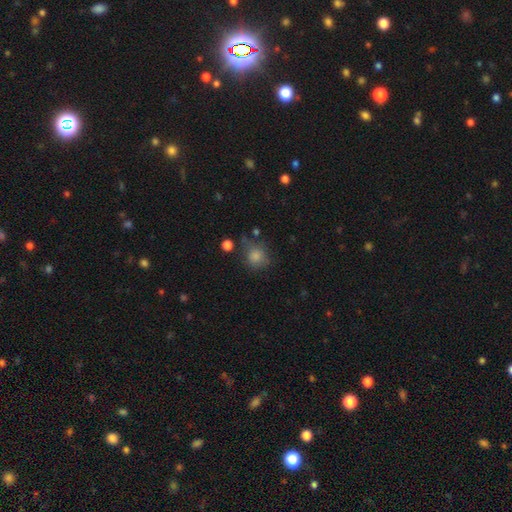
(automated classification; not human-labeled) Smooth or featured: smooth — 82% (star or artifact — 11%)
How rounded: round — 84% (in between — 15%)
Merging: none — 64% (minor disturbance — 21%)